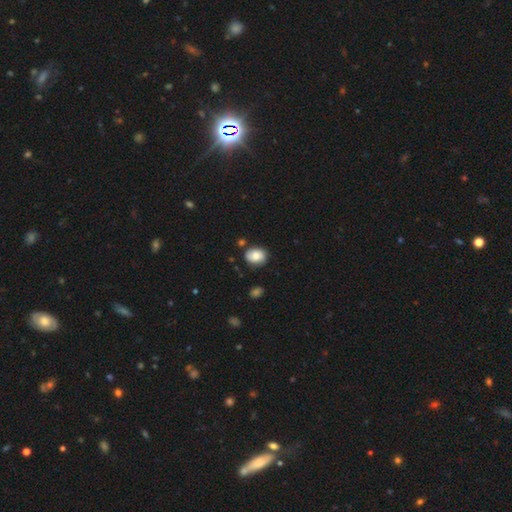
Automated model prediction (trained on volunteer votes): Overall: smooth (78%). How rounded: in between (54%; round 45%). Merging: none (74%).